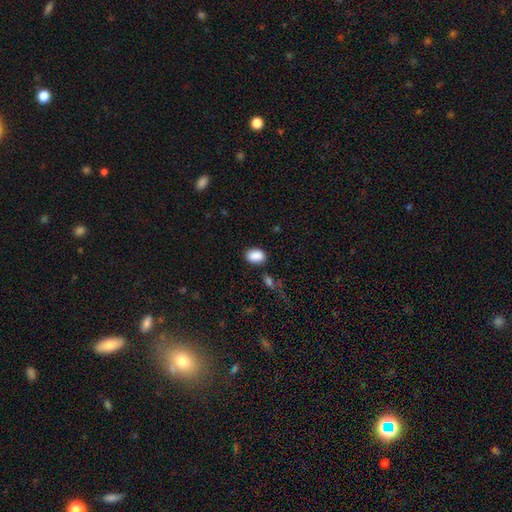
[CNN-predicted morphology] smooth-or-featured: smooth: 89% | star or artifact: 8% | featured or disk: 3%
  how-rounded: in between: 82% | round: 16% | cigar-shaped: 1%
  merging: none: 81% | minor disturbance: 12% | merger: 4% | major disturbance: 3%